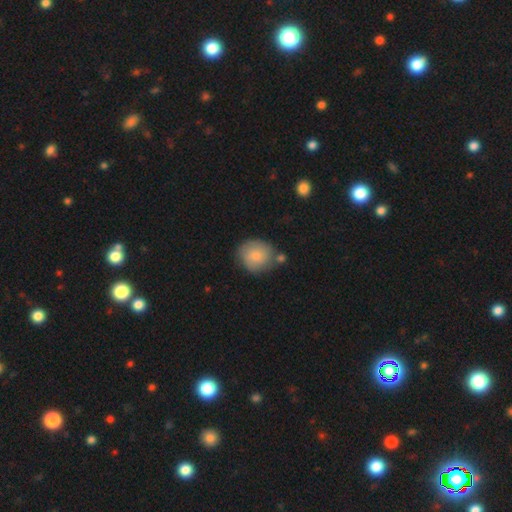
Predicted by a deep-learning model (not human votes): Q: Smooth or featured?
A: smooth (75%); runner-up: featured or disk (19%)
Q: How rounded?
A: round (80%); runner-up: in between (19%)
Q: Merging?
A: none (61%); runner-up: minor disturbance (21%)